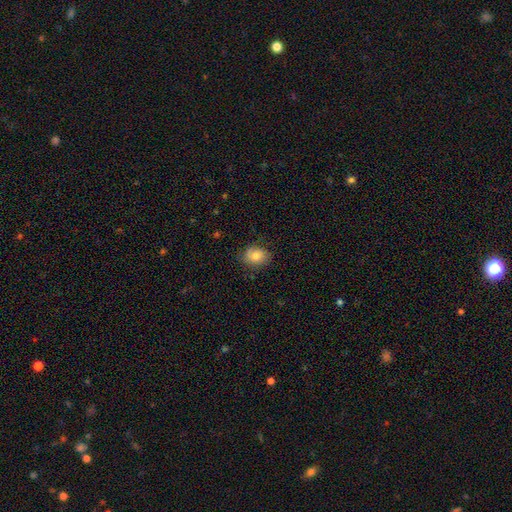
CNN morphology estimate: Smooth or featured: smooth — 78% (featured or disk — 14%)
How rounded: in between — 61% (round — 38%)
Merging: none — 77% (minor disturbance — 18%)